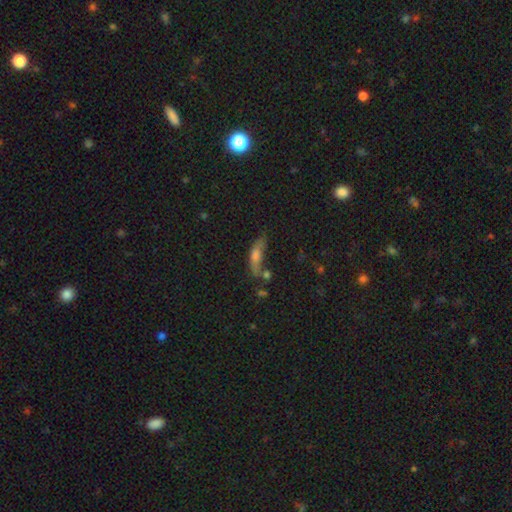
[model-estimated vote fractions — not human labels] smooth_or_featured: smooth (p=0.60) [alt: featured or disk p=0.27]
how_rounded: in between (p=0.48) [alt: cigar-shaped p=0.47]
merging: none (p=0.41) [alt: minor disturbance p=0.26]